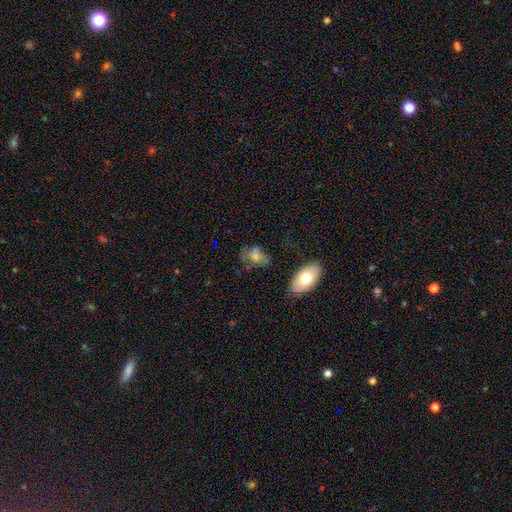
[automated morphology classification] Q: Smooth or featured?
A: smooth (56%); runner-up: featured or disk (30%)
Q: How rounded?
A: in between (81%); runner-up: round (16%)
Q: Merging?
A: none (41%); runner-up: minor disturbance (24%)